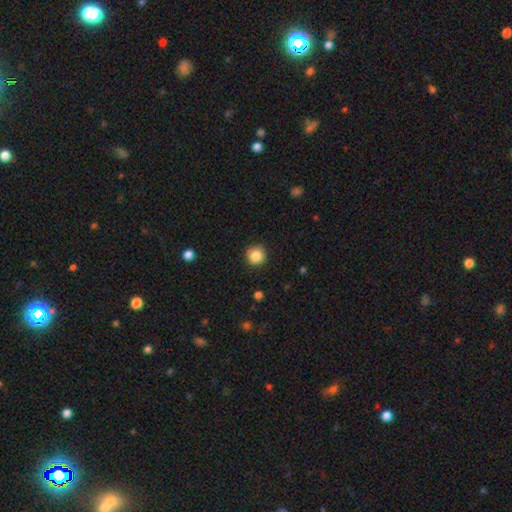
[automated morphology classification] Q: Smooth or featured?
A: smooth (85%); runner-up: star or artifact (10%)
Q: How rounded?
A: round (95%); runner-up: in between (4%)
Q: Merging?
A: none (90%); runner-up: minor disturbance (7%)